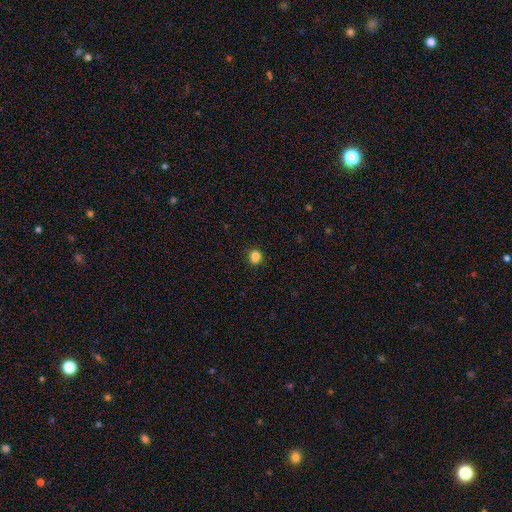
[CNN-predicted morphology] smooth 84%, star or artifact 12%, featured or disk 4%. Down the decision tree: how rounded — round (75%); merging — none (85%).